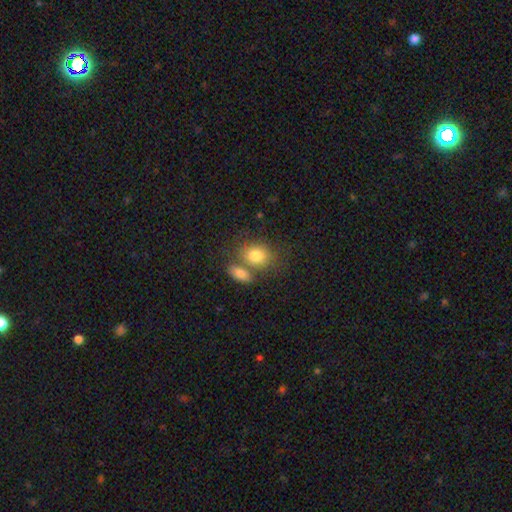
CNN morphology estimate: This appears to be a smooth galaxy with no disk features (80%) that is in between round and cigar-shaped (56%). Merging: none (46%).